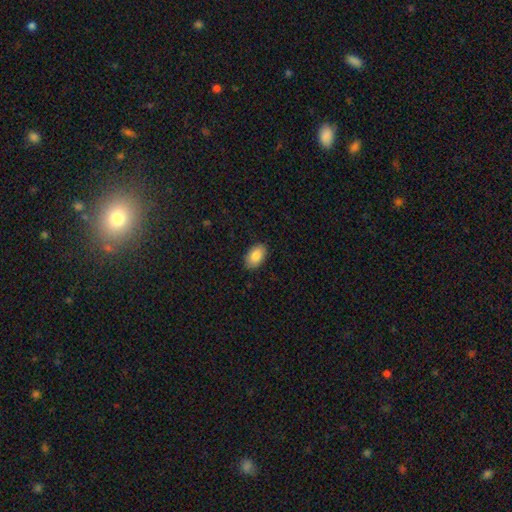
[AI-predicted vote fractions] Smooth or featured?
  - smooth: 86% *
  - featured or disk: 7%
  - star or artifact: 7%
How rounded?
  - in between: 92% *
  - round: 7%
  - cigar-shaped: 1%
Merging?
  - none: 89% *
  - minor disturbance: 8%
  - major disturbance: 2%
  - merger: 1%